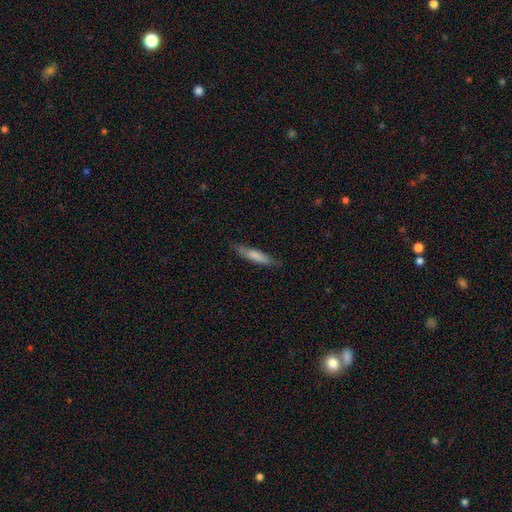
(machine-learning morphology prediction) The model was most divided on "smooth or featured": smooth: 74%, featured or disk: 20%, star or artifact: 5%. More confident: how rounded — cigar-shaped (83%); merging — none (81%).